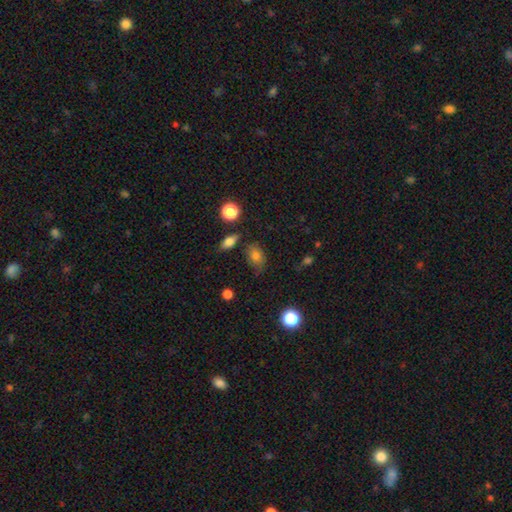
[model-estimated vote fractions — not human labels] smooth 77%, featured or disk 12%, star or artifact 11%. Down the decision tree: how rounded — in between (80%); merging — none (64%).